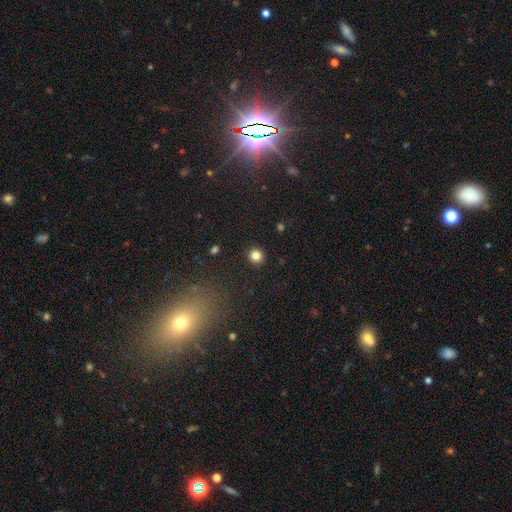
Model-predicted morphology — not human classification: smooth-or-featured: smooth: 83% | star or artifact: 13% | featured or disk: 5%
  how-rounded: round: 91% | in between: 8% | cigar-shaped: 1%
  merging: none: 92% | minor disturbance: 5% | major disturbance: 2% | merger: 1%